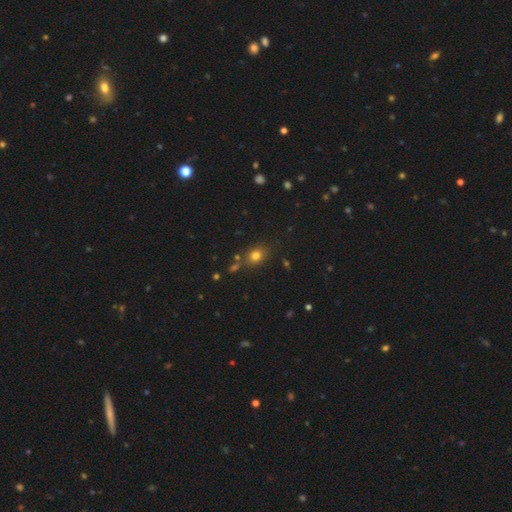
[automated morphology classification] smooth_or_featured: smooth (p=0.77) [alt: star or artifact p=0.15]
how_rounded: round (p=0.50) [alt: in between p=0.49]
merging: none (p=0.75) [alt: minor disturbance p=0.13]